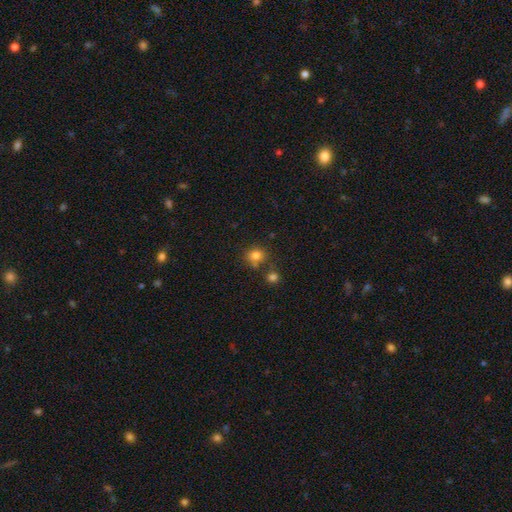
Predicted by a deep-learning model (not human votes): This appears to be a smooth galaxy with no disk features (80%) that is round (79%). Merging: none (66%).